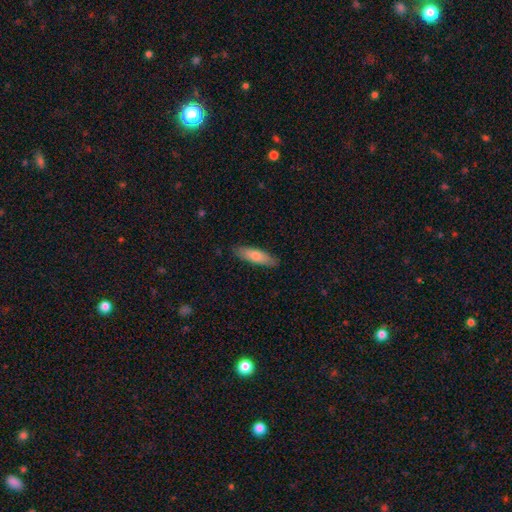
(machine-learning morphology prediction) Smooth or featured: smooth — 74% (featured or disk — 20%)
How rounded: cigar-shaped — 58% (in between — 41%)
Merging: none — 86% (minor disturbance — 11%)